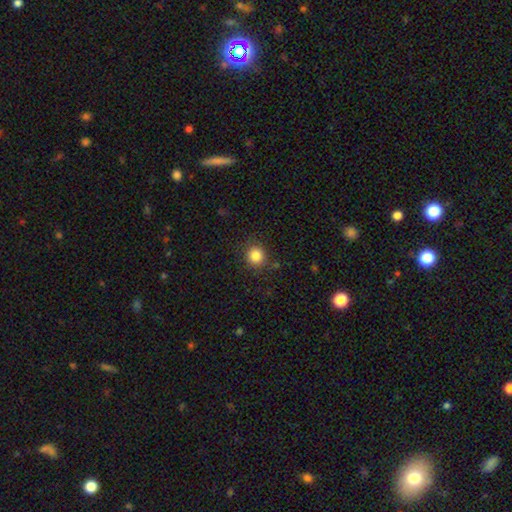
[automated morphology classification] smooth_or_featured: smooth (p=0.84) [alt: star or artifact p=0.11]
how_rounded: round (p=0.91) [alt: in between p=0.08]
merging: none (p=0.86) [alt: minor disturbance p=0.09]